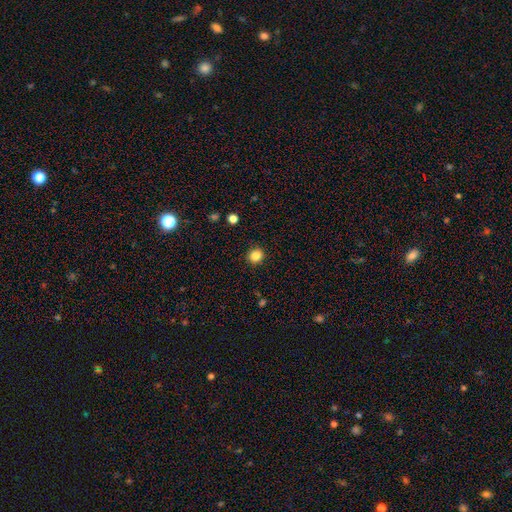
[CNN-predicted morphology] Overall: smooth (85%). How rounded: round (84%). Merging: none (91%).